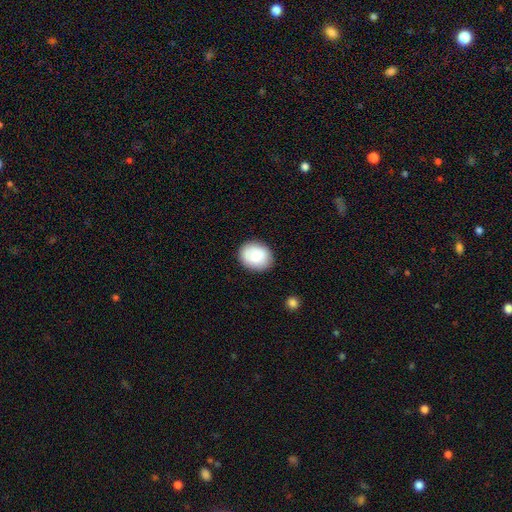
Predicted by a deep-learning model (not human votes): Morphology: type=smooth (78%); roundness=round (59%); merging=none (84%).